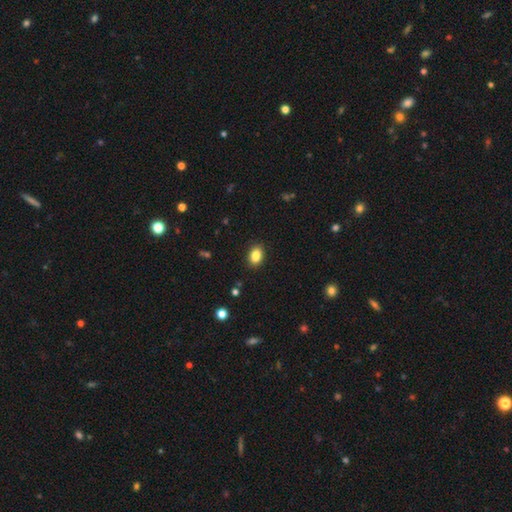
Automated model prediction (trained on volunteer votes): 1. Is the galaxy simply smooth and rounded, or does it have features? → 85% smooth, 9% star or artifact, 5% featured or disk.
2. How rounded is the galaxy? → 80% in between, 19% round, 1% cigar-shaped.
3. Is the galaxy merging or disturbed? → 89% none, 8% minor disturbance, 2% major disturbance, 1% merger.